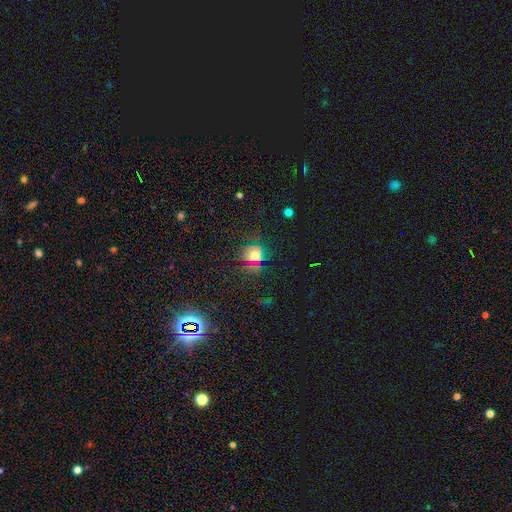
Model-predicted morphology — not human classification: smooth-or-featured: smooth: 56% | star or artifact: 34% | featured or disk: 10%
  how-rounded: round: 83% | in between: 15% | cigar-shaped: 2%
  merging: none: 78% | minor disturbance: 12% | major disturbance: 7% | merger: 3%